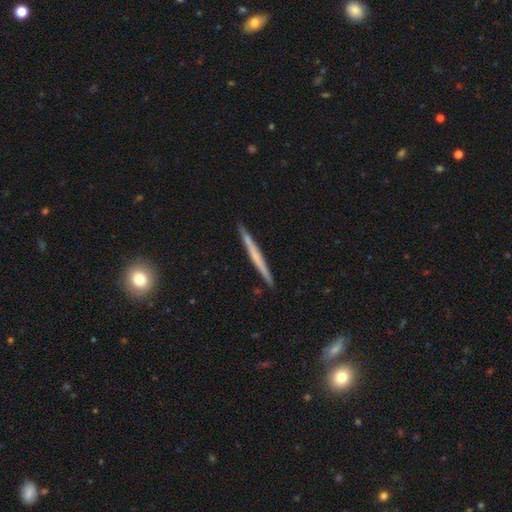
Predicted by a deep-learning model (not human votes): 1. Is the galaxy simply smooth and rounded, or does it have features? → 52% featured or disk, 42% smooth, 6% star or artifact.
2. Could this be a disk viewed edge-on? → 97% yes, 3% no.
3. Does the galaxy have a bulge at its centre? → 82% none, 12% rounded, 5% boxy.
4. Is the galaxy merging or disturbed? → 89% none, 8% minor disturbance, 2% merger, 1% major disturbance.